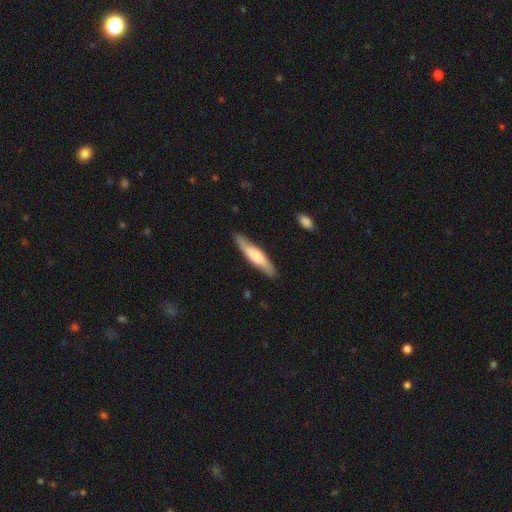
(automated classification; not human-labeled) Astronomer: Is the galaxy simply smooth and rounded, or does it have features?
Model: smooth — 61%.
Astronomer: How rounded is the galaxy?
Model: cigar-shaped — 83%.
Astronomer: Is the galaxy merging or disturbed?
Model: none — 85%.